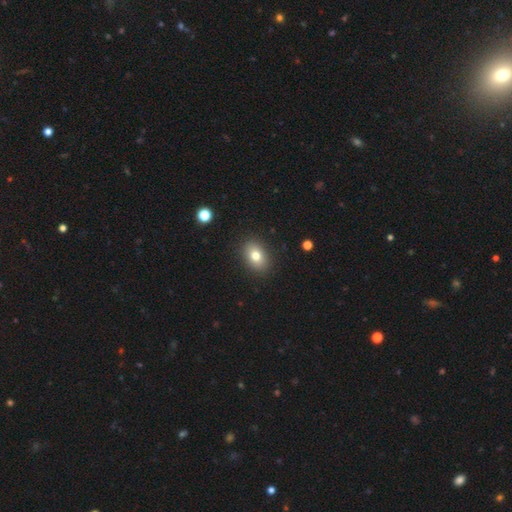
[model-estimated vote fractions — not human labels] Smooth or featured?
  - smooth: 77% *
  - featured or disk: 13%
  - star or artifact: 10%
How rounded?
  - in between: 77% *
  - round: 22%
  - cigar-shaped: 1%
Merging?
  - none: 89% *
  - minor disturbance: 8%
  - major disturbance: 2%
  - merger: 1%